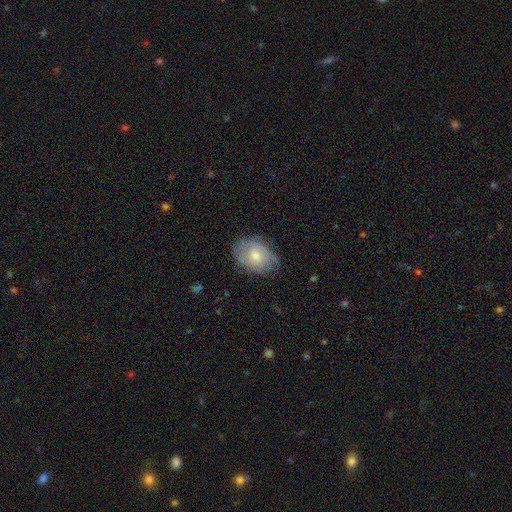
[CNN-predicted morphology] Q: Smooth or featured?
A: smooth (61%); runner-up: featured or disk (33%)
Q: How rounded?
A: in between (70%); runner-up: round (28%)
Q: Merging?
A: none (66%); runner-up: minor disturbance (26%)